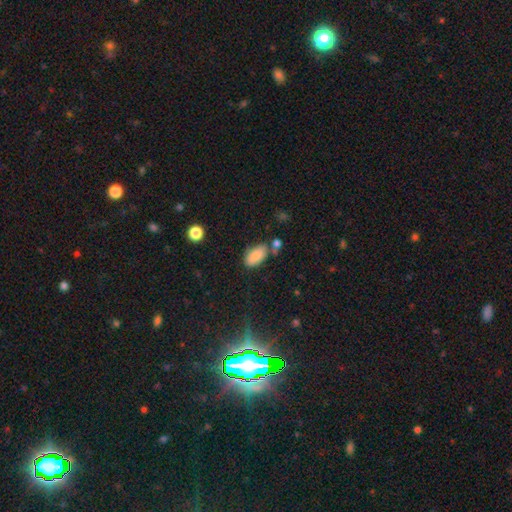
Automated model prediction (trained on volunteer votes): smooth 85%, star or artifact 8%, featured or disk 7%. Down the decision tree: how rounded — in between (93%); merging — none (64%).